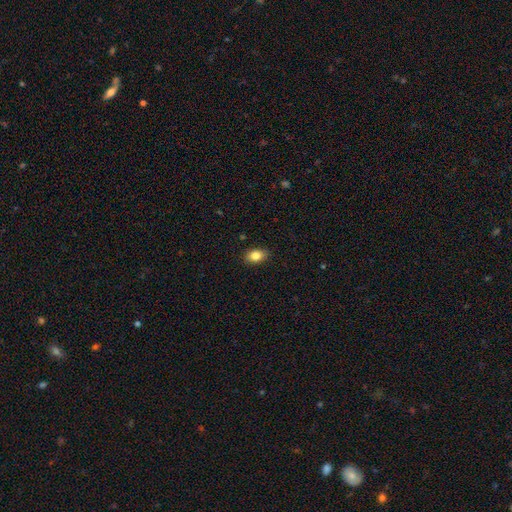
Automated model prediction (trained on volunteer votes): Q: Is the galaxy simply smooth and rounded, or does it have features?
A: smooth — 84%.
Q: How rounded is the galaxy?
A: in between — 83%.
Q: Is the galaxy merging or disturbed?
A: none — 87%.